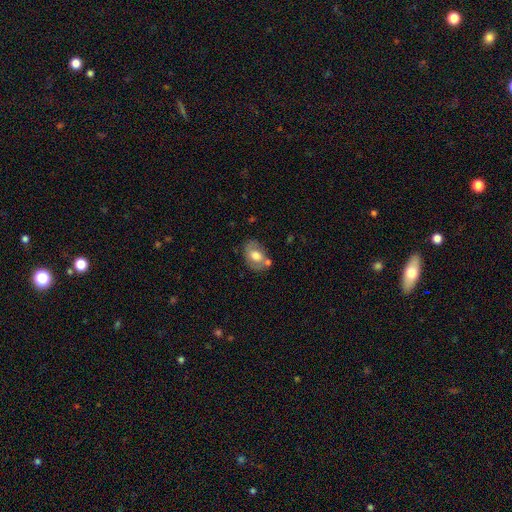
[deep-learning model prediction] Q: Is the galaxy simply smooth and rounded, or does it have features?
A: smooth — 54%.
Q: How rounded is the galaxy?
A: in between — 78%.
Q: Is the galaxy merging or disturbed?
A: none — 56%.